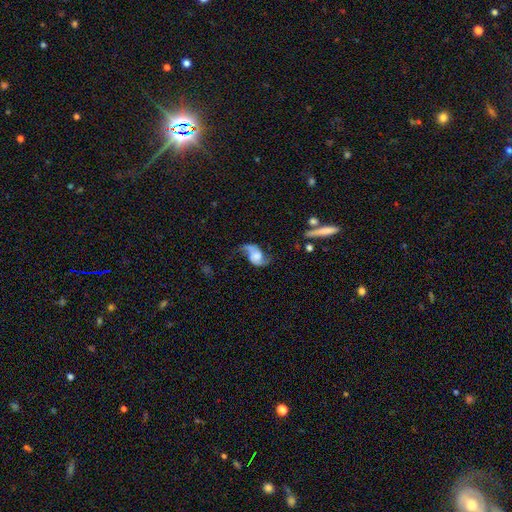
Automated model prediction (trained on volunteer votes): A featured or disk galaxy (71%) with no bar (60%), 2 (82%) loose (75%) spiral arms (91%) and no central bulge (28%). Merging: none (46%).